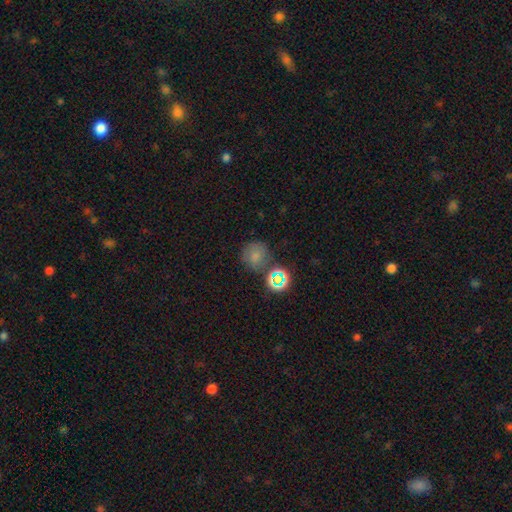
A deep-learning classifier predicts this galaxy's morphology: type=smooth (67%); roundness=round (86%); merging=none (66%).